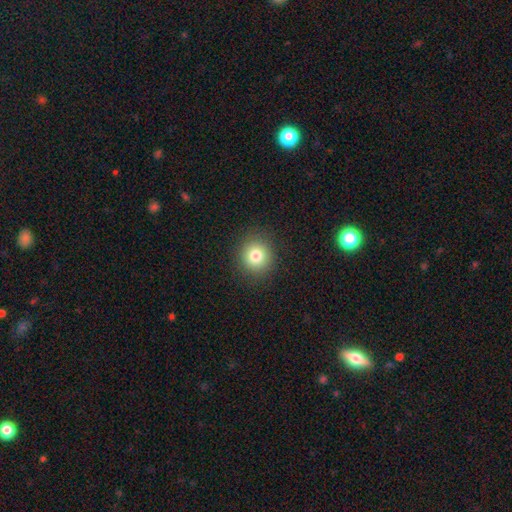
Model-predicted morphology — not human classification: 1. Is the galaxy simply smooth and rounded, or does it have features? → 80% smooth, 12% star or artifact, 8% featured or disk.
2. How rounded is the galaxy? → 89% round, 10% in between, 1% cigar-shaped.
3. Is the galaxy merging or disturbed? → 90% none, 6% minor disturbance, 2% major disturbance, 1% merger.